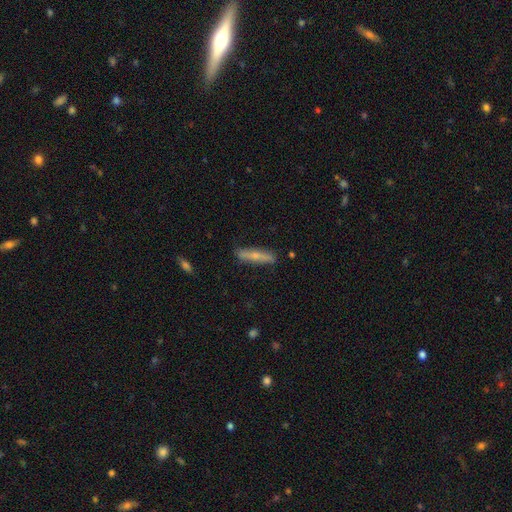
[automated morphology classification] Smooth or featured? smooth (51%)
How rounded? cigar-shaped (86%)
Merging? none (84%)